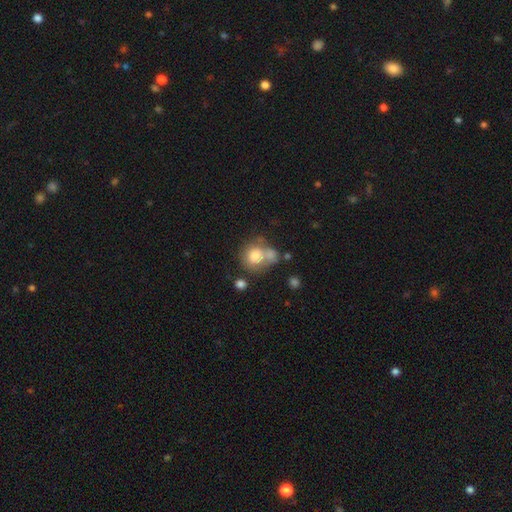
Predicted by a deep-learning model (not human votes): Smooth or featured?
  - smooth: 75% *
  - featured or disk: 15%
  - star or artifact: 10%
How rounded?
  - round: 79% *
  - in between: 20%
  - cigar-shaped: 1%
Merging?
  - merger: 40% *
  - none: 39%
  - minor disturbance: 14%
  - major disturbance: 8%